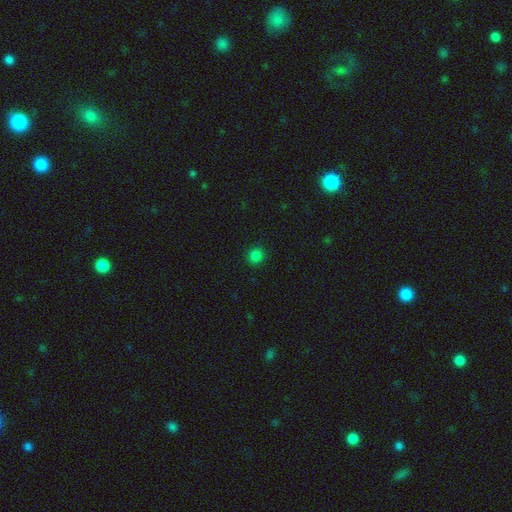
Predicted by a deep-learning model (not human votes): A smooth galaxy with no disk features (83%) that is round (93%).

Vote fractions:
- Smooth or featured? smooth: 83% / star or artifact: 14% / featured or disk: 3%
- How rounded? round: 93% / in between: 6% / cigar-shaped: 1%
- Merging? none: 93% / minor disturbance: 5% / major disturbance: 2% / merger: 1%